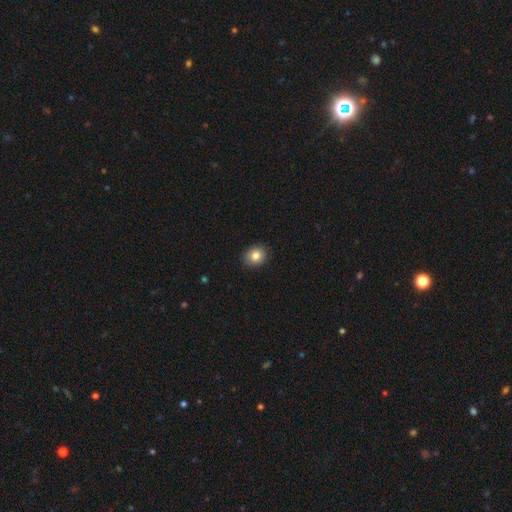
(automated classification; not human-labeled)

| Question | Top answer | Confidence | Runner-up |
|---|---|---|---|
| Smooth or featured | smooth | 82% | star or artifact (10%) |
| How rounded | round | 61% | in between (38%) |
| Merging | none | 87% | minor disturbance (10%) |